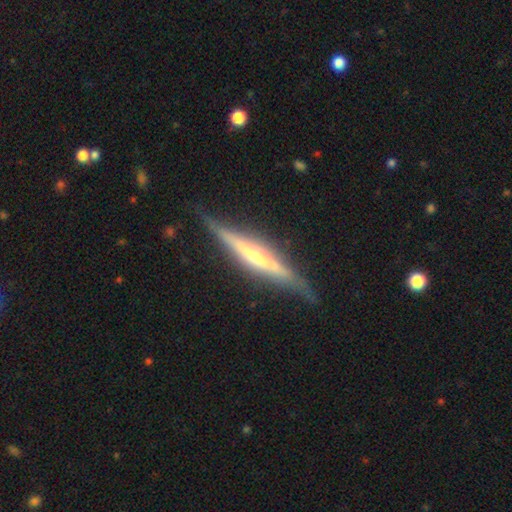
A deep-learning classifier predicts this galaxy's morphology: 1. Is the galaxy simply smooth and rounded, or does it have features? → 74% featured or disk, 20% smooth, 5% star or artifact.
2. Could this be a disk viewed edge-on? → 96% yes, 4% no.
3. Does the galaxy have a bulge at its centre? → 43% rounded, 36% none, 21% boxy.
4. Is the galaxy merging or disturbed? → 80% none, 15% minor disturbance, 3% major disturbance, 1% merger.